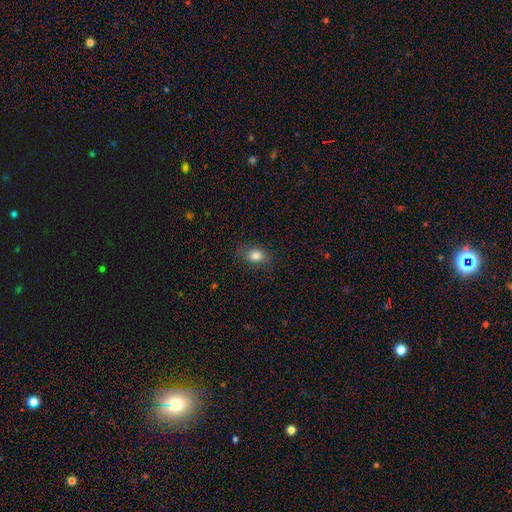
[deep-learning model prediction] Smooth or featured? smooth (83%)
How rounded? in between (67%)
Merging? none (80%)